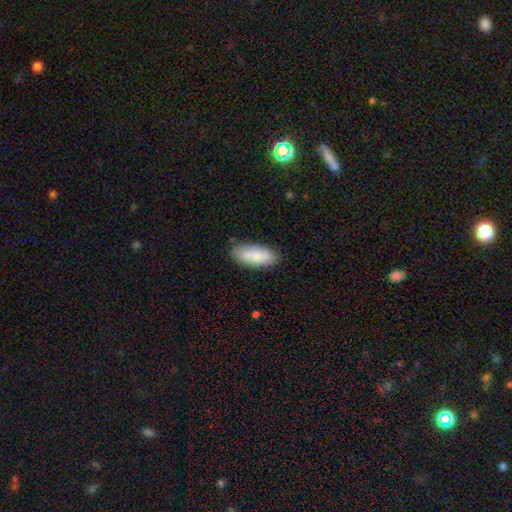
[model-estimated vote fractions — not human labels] smooth-or-featured: smooth: 81% | featured or disk: 13% | star or artifact: 6%
  how-rounded: in between: 82% | cigar-shaped: 16% | round: 2%
  merging: none: 80% | minor disturbance: 15% | major disturbance: 3% | merger: 2%